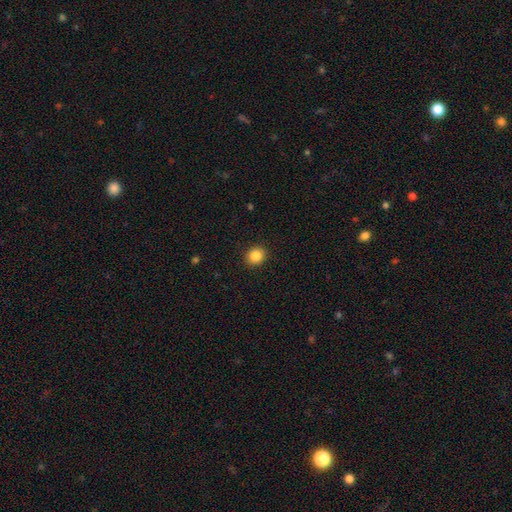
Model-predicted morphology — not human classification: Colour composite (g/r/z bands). It shows a smooth galaxy with no disk features (85%) that is round (77%). Merging: none (91%).